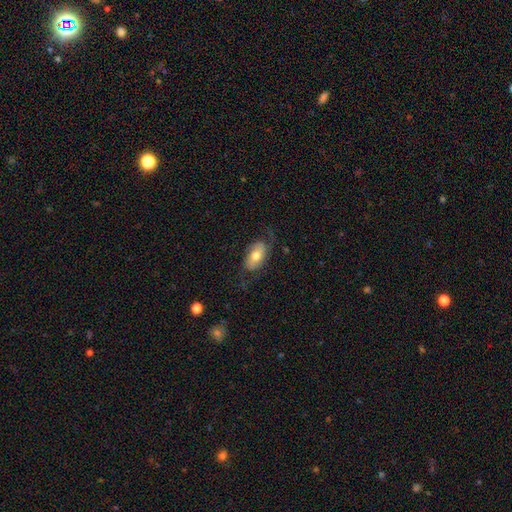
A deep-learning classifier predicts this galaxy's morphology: smooth-or-featured: featured or disk: 47% | smooth: 46% | star or artifact: 7%
  merging: none: 62% | minor disturbance: 20% | major disturbance: 17% | merger: 1%